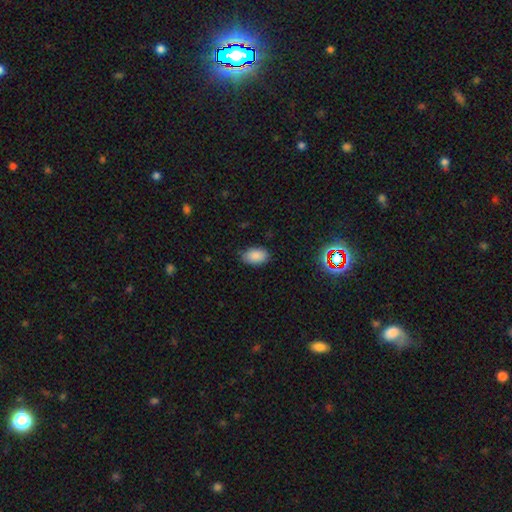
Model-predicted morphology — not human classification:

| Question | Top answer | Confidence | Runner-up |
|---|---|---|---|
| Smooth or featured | smooth | 86% | star or artifact (10%) |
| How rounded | in between | 92% | round (7%) |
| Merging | none | 83% | minor disturbance (13%) |